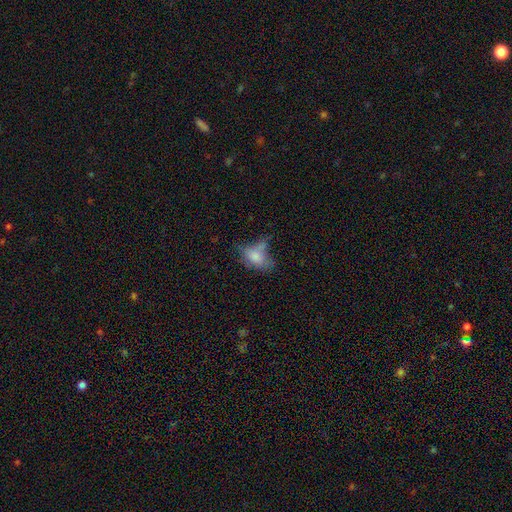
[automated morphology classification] A smooth galaxy with no disk features (70%) that is in between round and cigar-shaped (85%). Merging: none (32%).